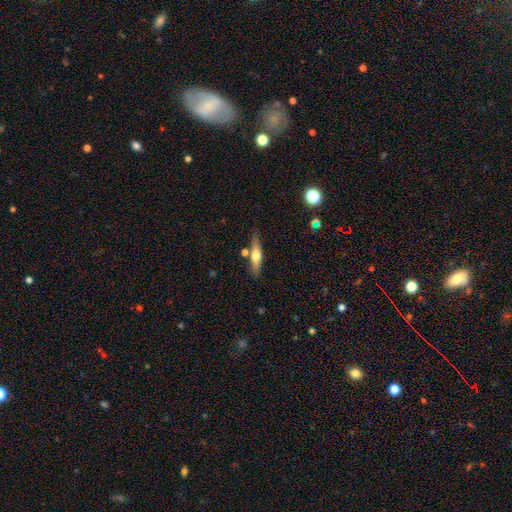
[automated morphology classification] smooth 48%, featured or disk 46%, star or artifact 7%. Down the decision tree: merging — none (75%).